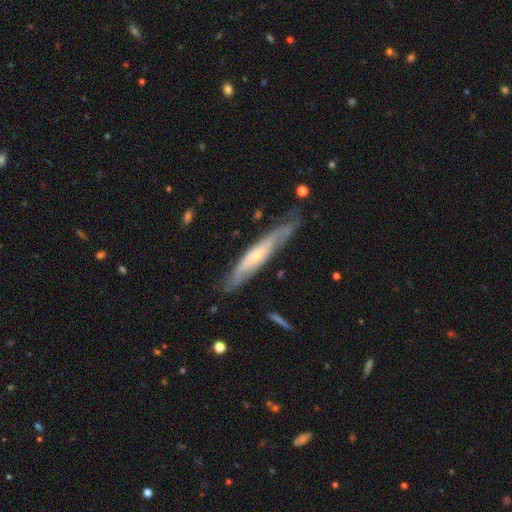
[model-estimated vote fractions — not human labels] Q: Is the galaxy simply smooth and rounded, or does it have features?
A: featured or disk — 66%.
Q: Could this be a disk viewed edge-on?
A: yes — 58%.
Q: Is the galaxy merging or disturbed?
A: none — 68%.